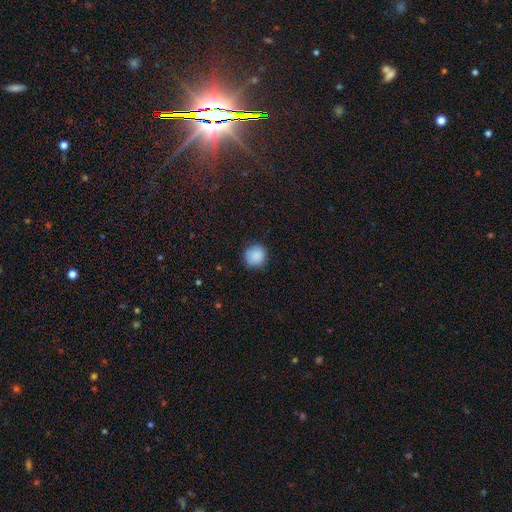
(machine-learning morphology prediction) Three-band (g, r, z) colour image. It shows a smooth galaxy with no disk features (88%) that is round (92%). Merging: none (85%).